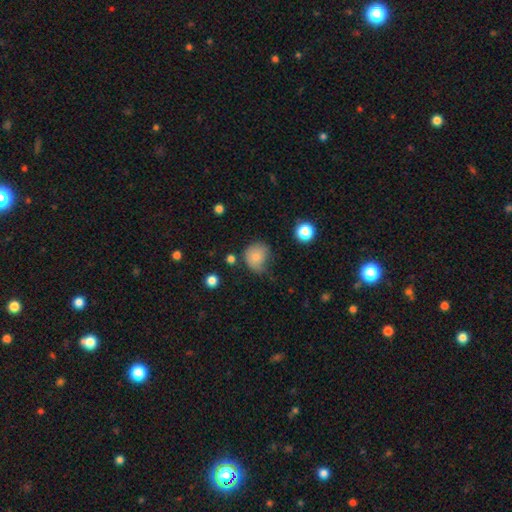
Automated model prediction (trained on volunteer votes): The model was most divided on "merging": none: 47%, minor disturbance: 35%, major disturbance: 14%, merger: 4%. More confident: smooth or featured — smooth (77%); how rounded — round (73%).